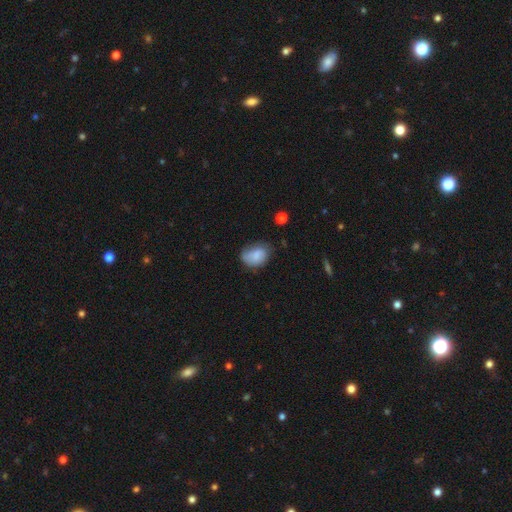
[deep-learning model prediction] Q: Smooth or featured?
A: smooth (76%); runner-up: featured or disk (16%)
Q: How rounded?
A: in between (74%); runner-up: round (24%)
Q: Merging?
A: none (49%); runner-up: minor disturbance (35%)